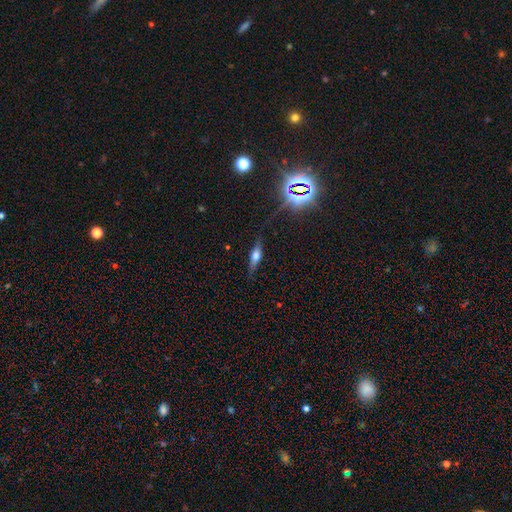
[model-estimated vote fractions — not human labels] Morphology: type=featured or disk (44%); merging=none (76%).